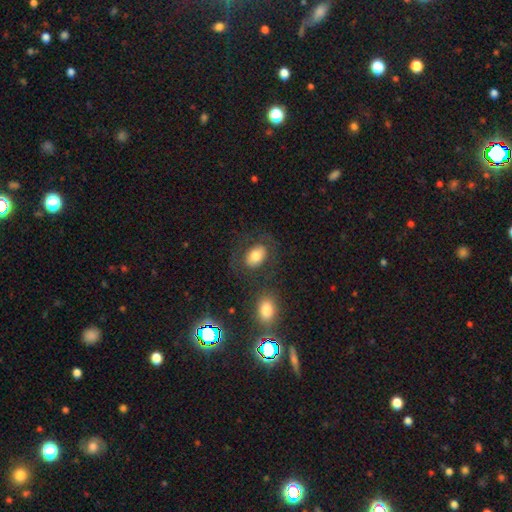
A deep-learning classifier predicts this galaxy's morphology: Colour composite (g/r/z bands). It shows a smooth galaxy with no disk features (72%) that is in between round and cigar-shaped (78%). Merging: none (70%).